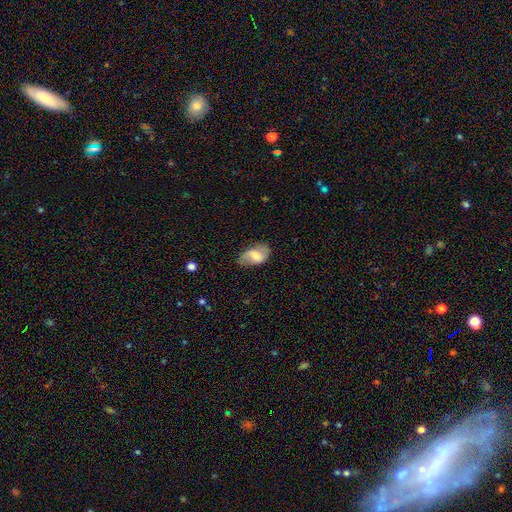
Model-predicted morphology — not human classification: Smooth or featured? smooth (58%)
How rounded? in between (90%)
Merging? none (52%)